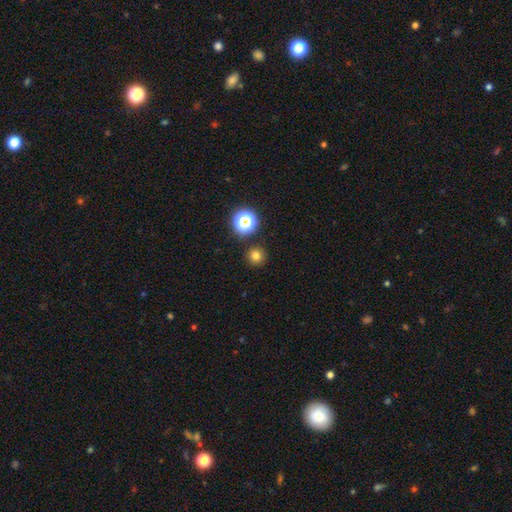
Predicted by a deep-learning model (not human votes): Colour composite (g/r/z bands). It shows a smooth galaxy with no disk features (75%) that is round (95%). Merging: none (90%).